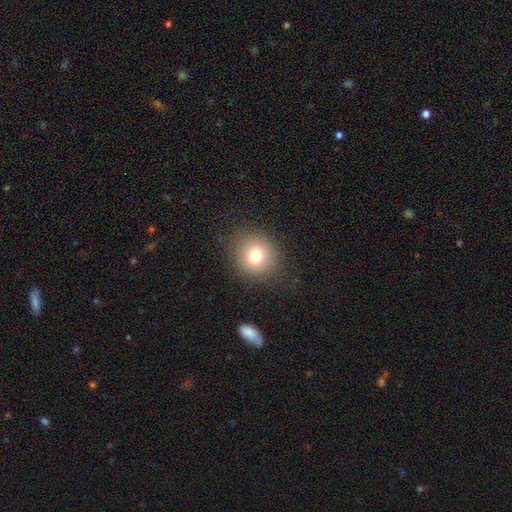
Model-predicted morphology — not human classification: A smooth galaxy with no disk features (76%) that is round (85%).

Vote fractions:
- Smooth or featured? smooth: 76% / star or artifact: 12% / featured or disk: 11%
- How rounded? round: 85% / in between: 14% / cigar-shaped: 1%
- Merging? none: 84% / minor disturbance: 10% / major disturbance: 4% / merger: 1%